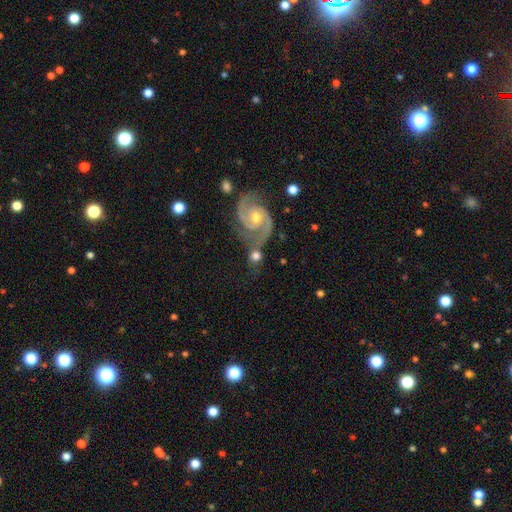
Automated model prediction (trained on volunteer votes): Smooth or featured? featured or disk (57%)
Edge-on disk? no (96%)
Bar? no (54%)
Spiral arms? yes (91%)
Bulge size? moderate (57%)
Merging? none (49%)